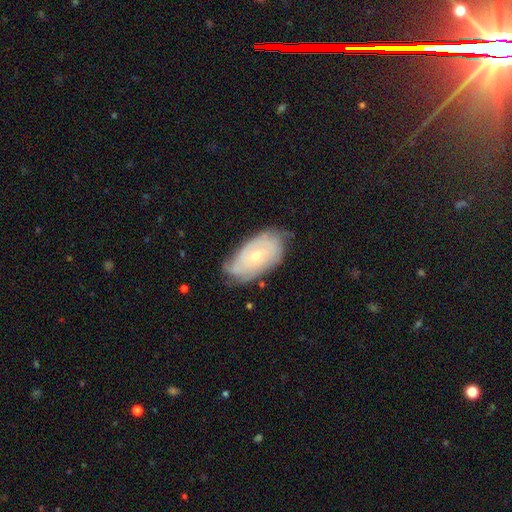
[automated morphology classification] type=featured or disk (69%); edge-on=no (93%); bar=no (79%); spiral arms=yes (85%); winding=tight (68%); arm count=can't tell (51%); bulge=small (58%); merging=none (67%).